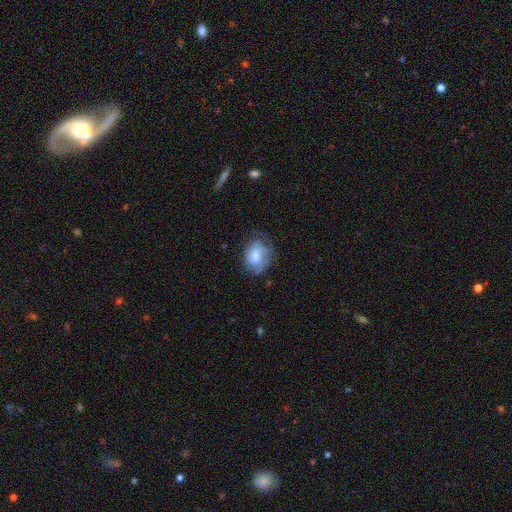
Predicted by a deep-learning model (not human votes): Smooth or featured? smooth (52%)
How rounded? in between (53%)
Merging? none (56%)